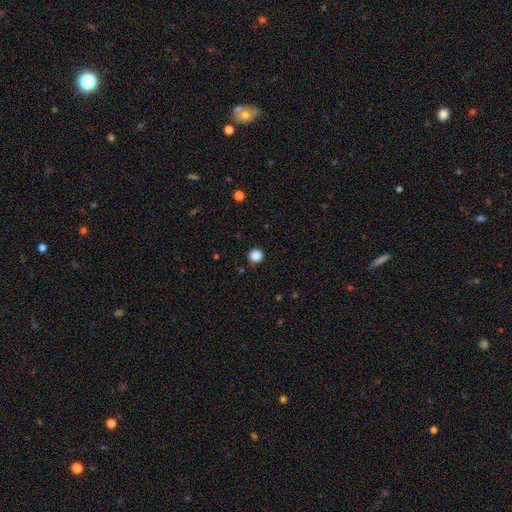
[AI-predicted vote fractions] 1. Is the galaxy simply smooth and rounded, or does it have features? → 86% smooth, 11% star or artifact, 3% featured or disk.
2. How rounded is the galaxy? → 94% round, 5% in between, 1% cigar-shaped.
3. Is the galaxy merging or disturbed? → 91% none, 6% minor disturbance, 2% major disturbance, 1% merger.